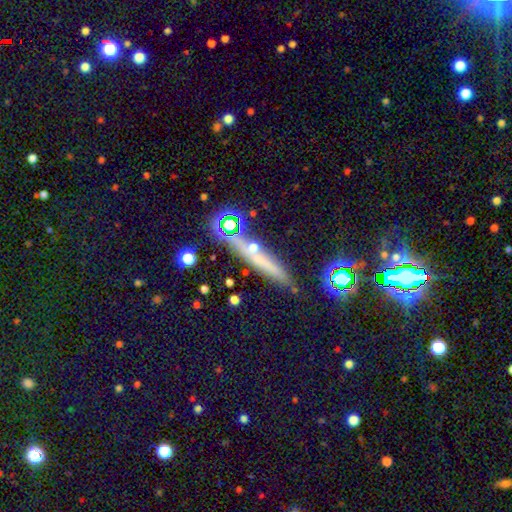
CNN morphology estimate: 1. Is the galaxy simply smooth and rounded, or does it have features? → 35% smooth, 33% featured or disk, 31% star or artifact.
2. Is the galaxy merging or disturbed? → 75% none, 12% minor disturbance, 9% merger, 5% major disturbance.